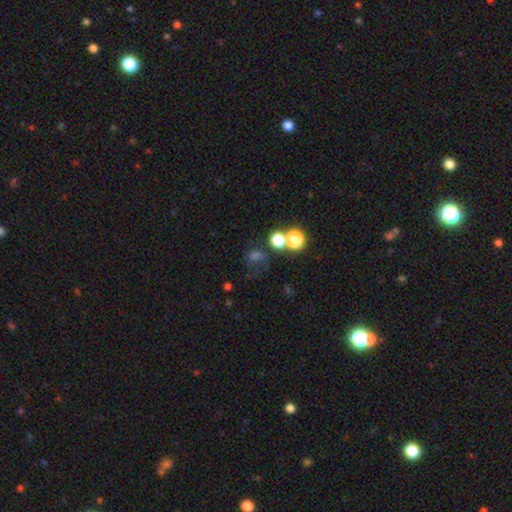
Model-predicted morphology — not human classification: Overall: smooth (57%; star or artifact 30%). How rounded: round (69%; in between 30%). Merging: none (53%; merger 18%).